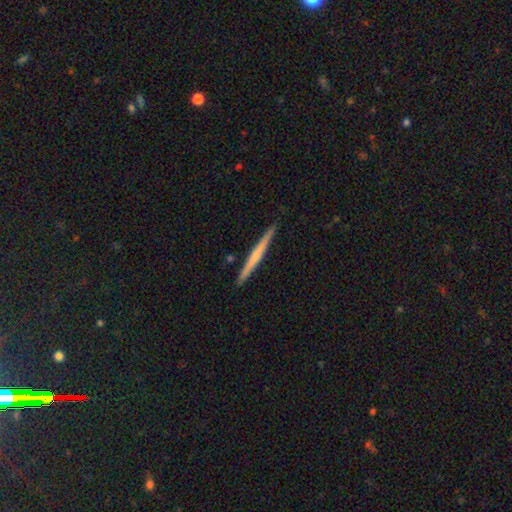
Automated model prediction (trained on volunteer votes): The model was most divided on "smooth or featured": featured or disk: 52%, smooth: 43%, star or artifact: 5%. More confident: edge-on disk — yes (98%); merging — none (91%); edge-on bulge — none (68%).